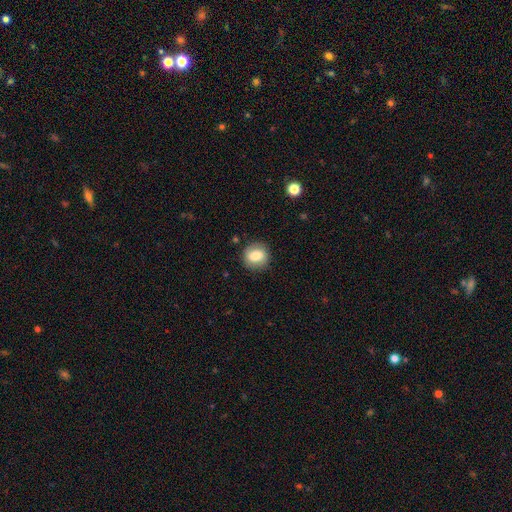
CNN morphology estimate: smooth_or_featured: smooth (p=0.75) [alt: featured or disk p=0.17]
how_rounded: round (p=0.77) [alt: in between p=0.22]
merging: none (p=0.85) [alt: minor disturbance p=0.10]